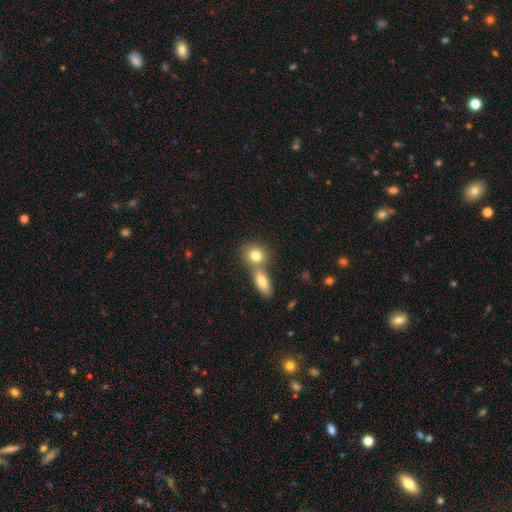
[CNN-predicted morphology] smooth-or-featured: smooth: 78% | featured or disk: 13% | star or artifact: 9%
  how-rounded: round: 56% | in between: 41% | cigar-shaped: 3%
  merging: merger: 50% | none: 40% | minor disturbance: 7% | major disturbance: 3%